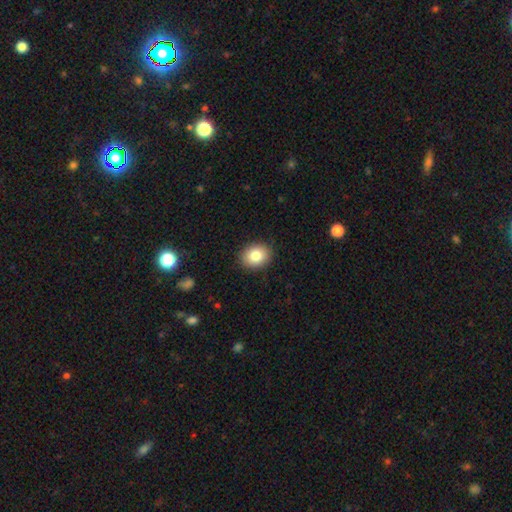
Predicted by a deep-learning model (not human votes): This is clearly a smooth galaxy (84%). How rounded: possibly in between (50%). Merging: clearly none (89%).